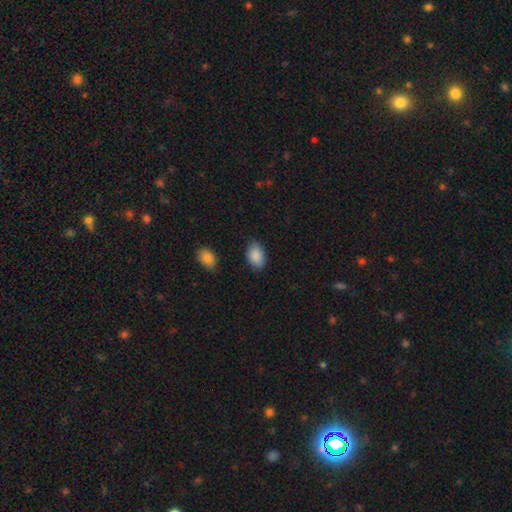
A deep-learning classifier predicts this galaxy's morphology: Q: Smooth or featured?
A: smooth (89%); runner-up: star or artifact (7%)
Q: How rounded?
A: in between (89%); runner-up: round (9%)
Q: Merging?
A: none (80%); runner-up: minor disturbance (15%)